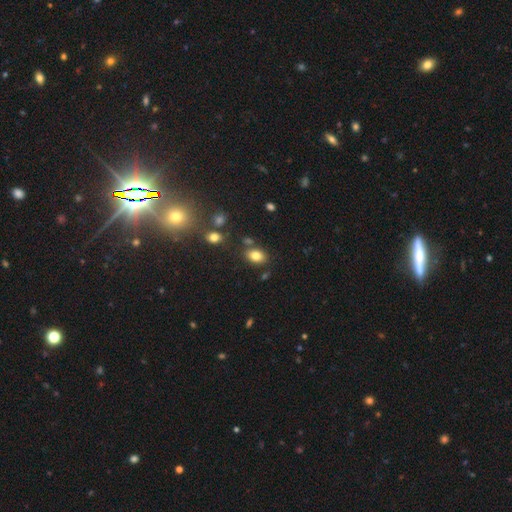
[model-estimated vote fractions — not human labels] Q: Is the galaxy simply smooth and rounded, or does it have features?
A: smooth — 80%.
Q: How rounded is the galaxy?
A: in between — 79%.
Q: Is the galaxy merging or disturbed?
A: none — 75%.